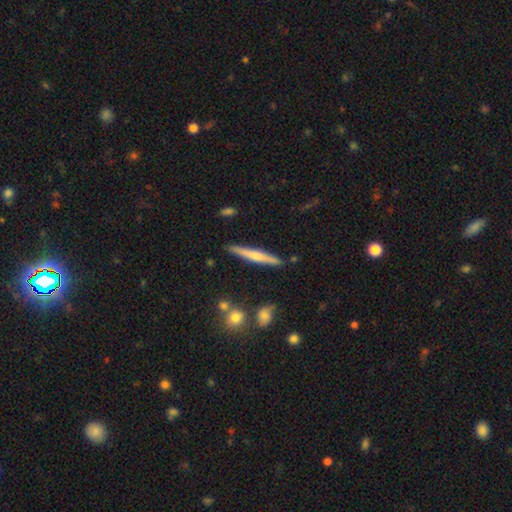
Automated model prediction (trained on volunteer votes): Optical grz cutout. It shows a featured or disk galaxy (47%, tied with smooth). Merging: none (88%).